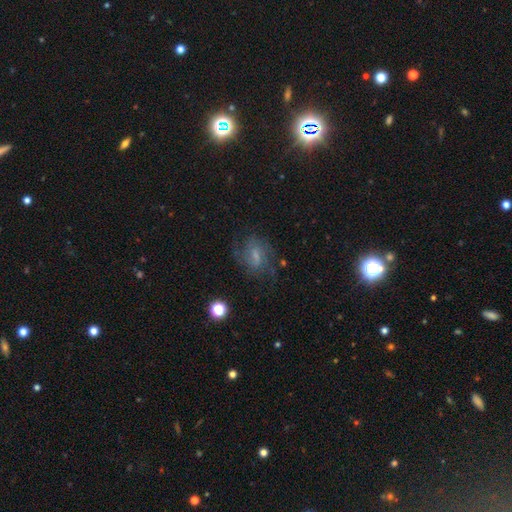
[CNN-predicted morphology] A featured or disk galaxy (59%) with a weak bar (54%), spiral arms (82%) and a small central bulge (44%).

Vote fractions:
- Smooth or featured? featured or disk: 59% / smooth: 29% / star or artifact: 12%
- Edge-on disk? no: 96% / yes: 4%
- Bar? weak: 54% / no: 31% / strong: 15%
- Spiral arms? yes: 82% / no: 18%
- Bulge size? small: 44% / moderate: 30% / none: 20% / large: 4% / dominant: 1%
- Merging? none: 63% / minor disturbance: 20% / major disturbance: 15% / merger: 2%